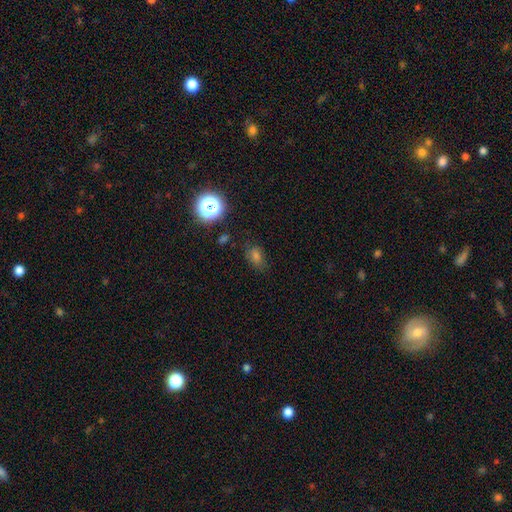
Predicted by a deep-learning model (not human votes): This appears to be a smooth galaxy with no disk features (62%) that is in between round and cigar-shaped (68%). Merging: none (74%).